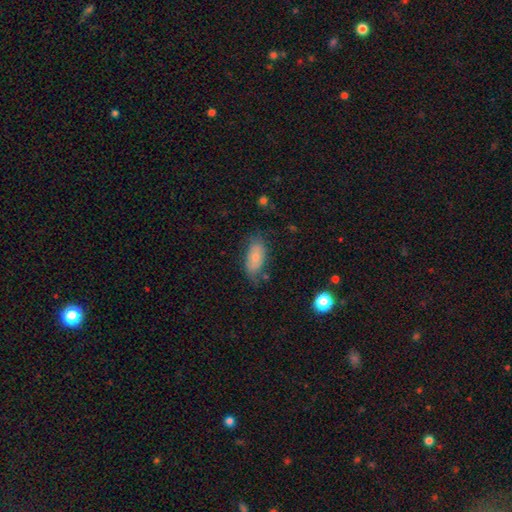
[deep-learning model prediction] Morphology: type=smooth (71%); roundness=in between (89%); merging=none (66%).